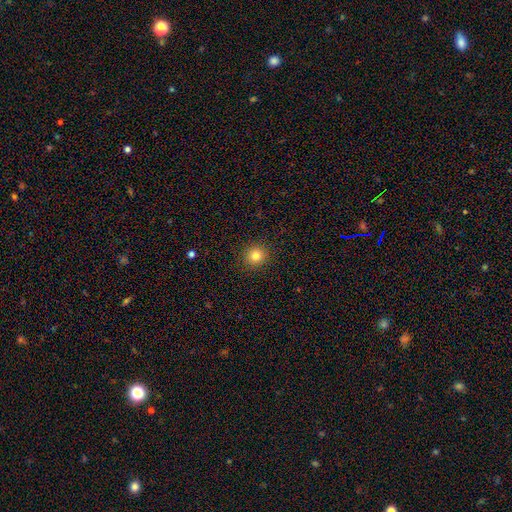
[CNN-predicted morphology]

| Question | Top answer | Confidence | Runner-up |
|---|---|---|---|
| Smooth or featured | smooth | 82% | star or artifact (12%) |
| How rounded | round | 92% | in between (7%) |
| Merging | none | 91% | minor disturbance (6%) |